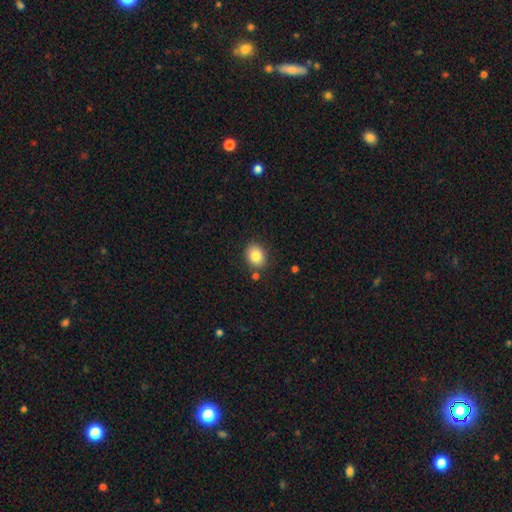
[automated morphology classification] The model was most divided on "how rounded": round: 50%, in between: 49%, cigar-shaped: 1%. More confident: smooth or featured — smooth (84%); merging — none (84%).